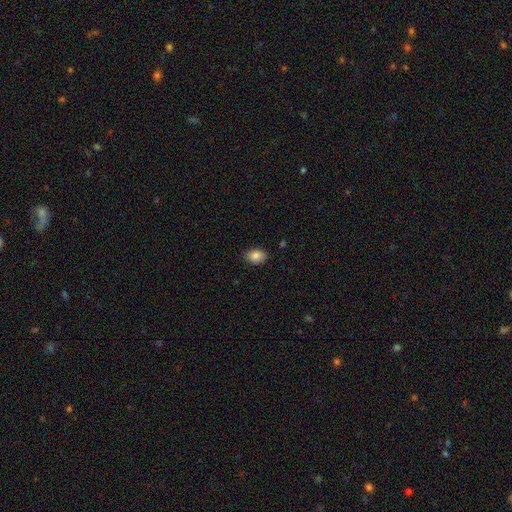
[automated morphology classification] Smooth or featured? smooth (84%)
How rounded? in between (77%)
Merging? none (86%)